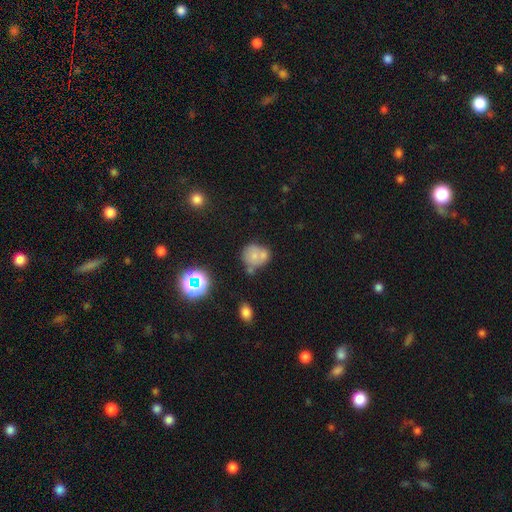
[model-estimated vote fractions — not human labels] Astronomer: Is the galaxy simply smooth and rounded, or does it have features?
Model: smooth — 63%.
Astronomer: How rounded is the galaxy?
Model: round — 73%.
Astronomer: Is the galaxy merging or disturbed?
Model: merger — 41% (runner-up: none, 38%).